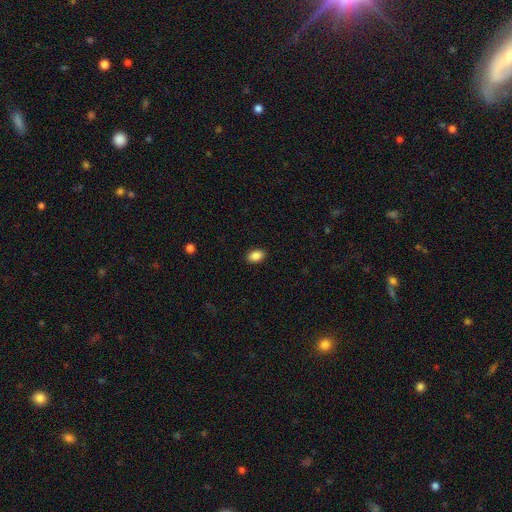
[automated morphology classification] A smooth galaxy with no disk features (88%) that is in between round and cigar-shaped (84%).

Vote fractions:
- Smooth or featured? smooth: 88% / star or artifact: 8% / featured or disk: 4%
- How rounded? in between: 84% / round: 15% / cigar-shaped: 1%
- Merging? none: 90% / minor disturbance: 7% / major disturbance: 2% / merger: 1%